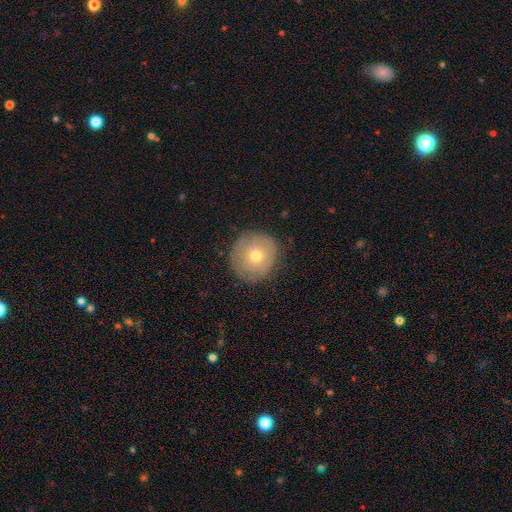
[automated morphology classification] This is possibly a smooth galaxy (54%). How rounded: clearly round (92%). Merging: clearly none (82%).